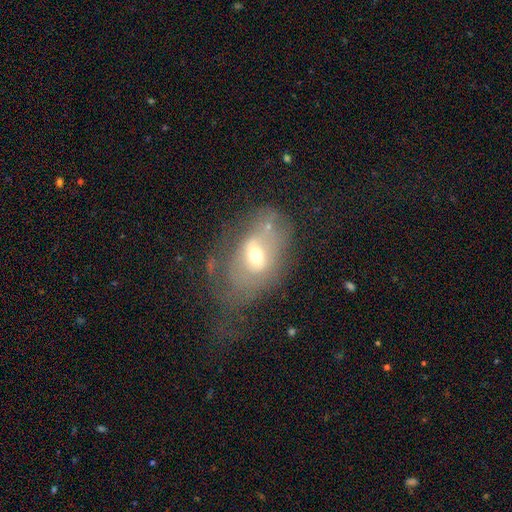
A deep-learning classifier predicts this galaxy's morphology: The model was most divided on "merging": major disturbance: 37%, none: 30%, minor disturbance: 25%, merger: 7%. More confident: edge-on disk — no (92%); smooth or featured — featured or disk (51%).